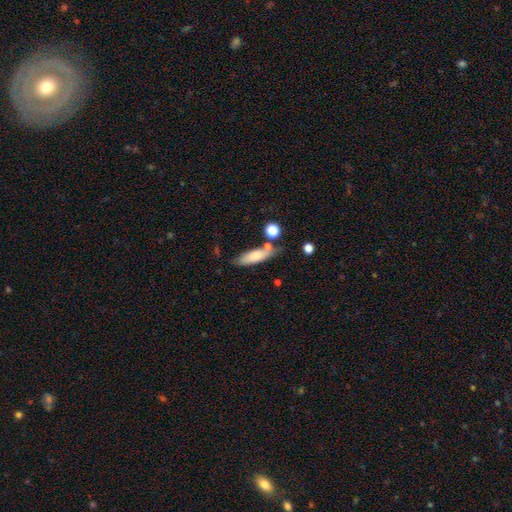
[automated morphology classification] Smooth or featured? Predicted: smooth (p=0.77). How rounded? Predicted: cigar-shaped (p=0.52). Merging? Predicted: none (p=0.65).